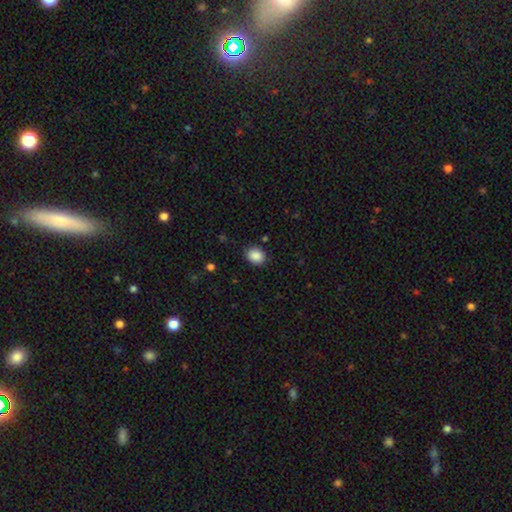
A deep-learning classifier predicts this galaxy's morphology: Smooth or featured? Predicted: smooth (p=0.89). How rounded? Predicted: in between (p=0.55). Merging? Predicted: none (p=0.87).